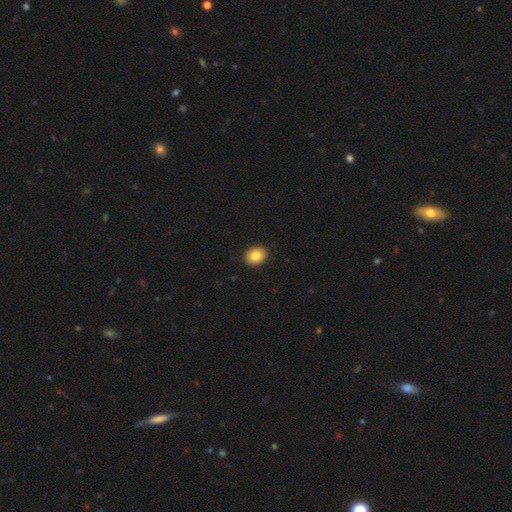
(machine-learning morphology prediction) smooth-or-featured: smooth: 85% | star or artifact: 8% | featured or disk: 6%
  how-rounded: in between: 50% | round: 49% | cigar-shaped: 1%
  merging: none: 92% | minor disturbance: 6% | major disturbance: 2% | merger: 1%